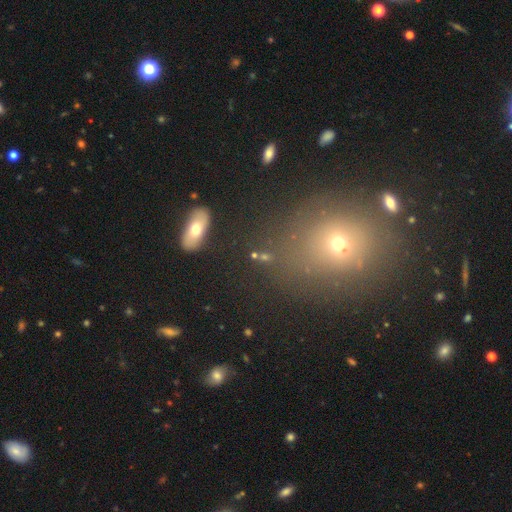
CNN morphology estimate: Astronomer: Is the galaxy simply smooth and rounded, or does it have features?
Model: smooth — 56%.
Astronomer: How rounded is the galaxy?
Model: in between — 51% (runner-up: round, 41%).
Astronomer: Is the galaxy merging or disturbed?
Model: none — 67%.